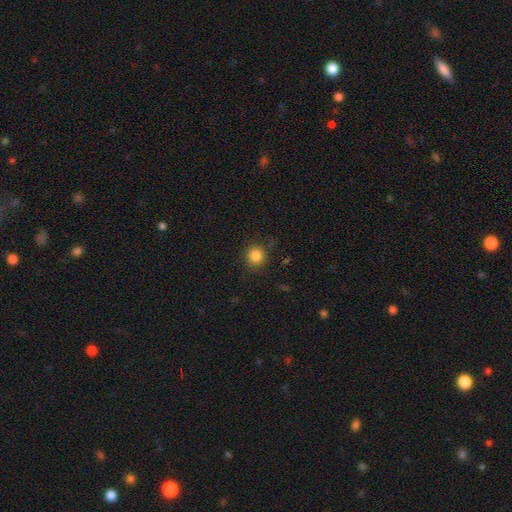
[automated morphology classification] This is clearly a smooth galaxy (85%). How rounded: clearly round (89%). Merging: clearly none (86%).